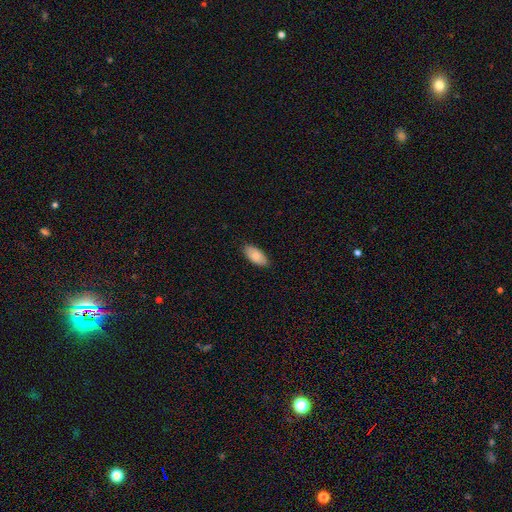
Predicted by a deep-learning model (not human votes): Overall: smooth (84%). How rounded: in between (93%). Merging: none (87%).